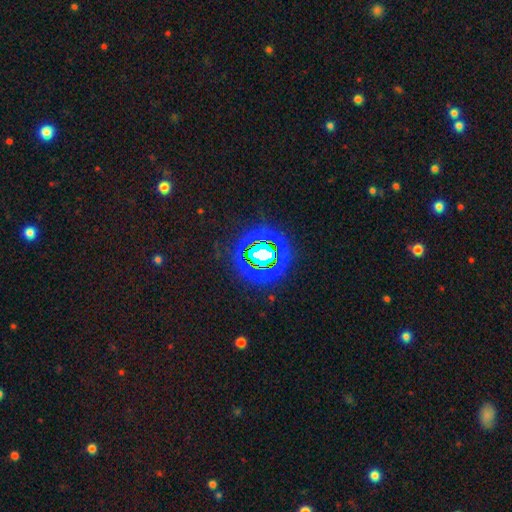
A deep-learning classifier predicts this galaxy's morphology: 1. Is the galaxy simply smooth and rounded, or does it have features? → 80% star or artifact, 12% smooth, 8% featured or disk.